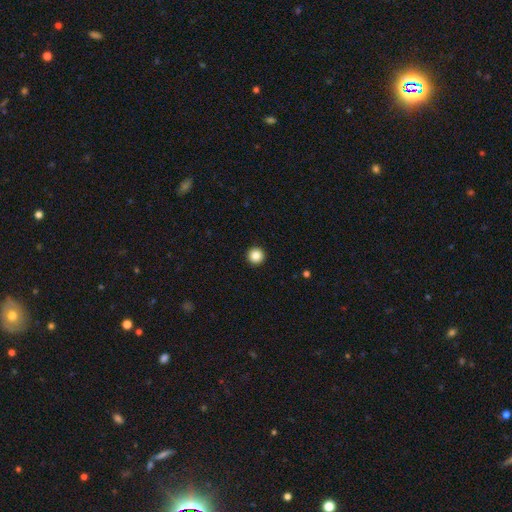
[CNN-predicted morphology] type=smooth (86%); roundness=round (97%); merging=none (94%).